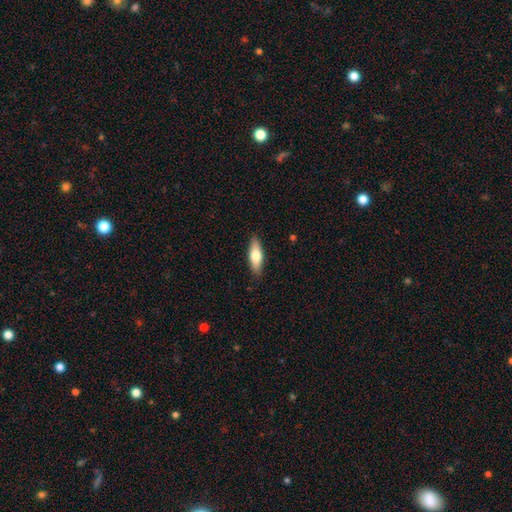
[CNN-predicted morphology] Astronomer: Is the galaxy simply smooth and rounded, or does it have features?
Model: smooth — 68%.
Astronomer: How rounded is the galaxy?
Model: in between — 55% (runner-up: cigar-shaped, 42%).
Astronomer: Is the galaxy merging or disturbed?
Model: none — 88%.